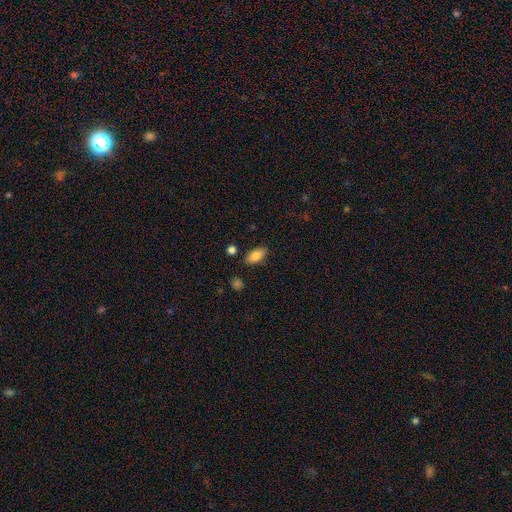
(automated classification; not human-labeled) The model was most divided on "merging": none: 84%, minor disturbance: 11%, major disturbance: 3%, merger: 2%. More confident: how rounded — in between (89%); smooth or featured — smooth (85%).